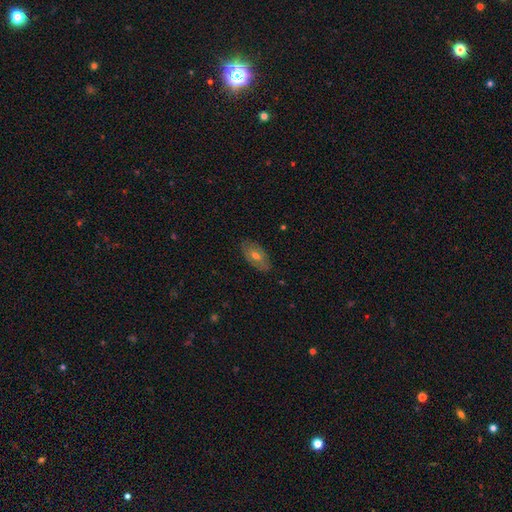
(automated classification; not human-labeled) Smooth or featured? smooth (46%, tied with featured or disk)
Merging? none (83%)